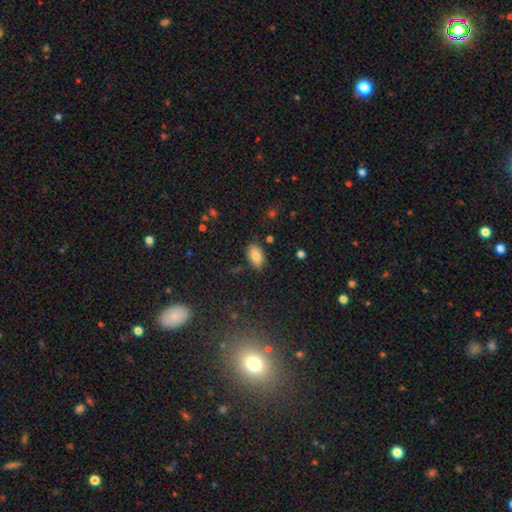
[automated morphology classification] Smooth or featured? Predicted: smooth (p=0.80). How rounded? Predicted: in between (p=0.91). Merging? Predicted: none (p=0.84).